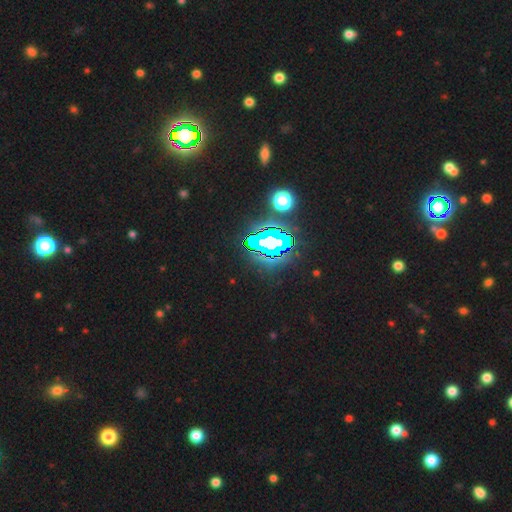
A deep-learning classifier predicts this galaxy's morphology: star or artifact 83%, smooth 11%, featured or disk 7%.